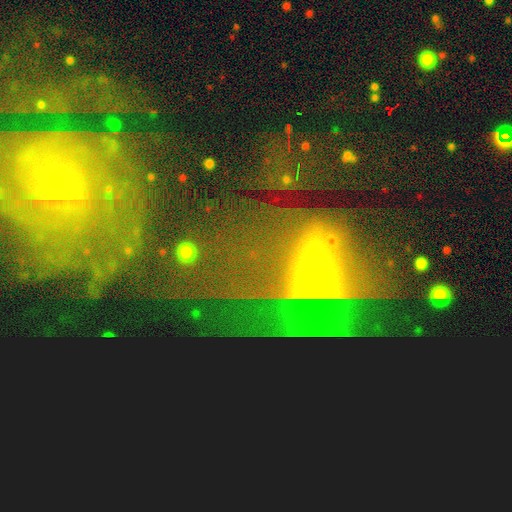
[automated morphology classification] This appears to be a featured or disk galaxy (59%) with no bar (67%), no spiral arms (54%) and a small central bulge (48%). Merging: major disturbance (36%, tied with merger).